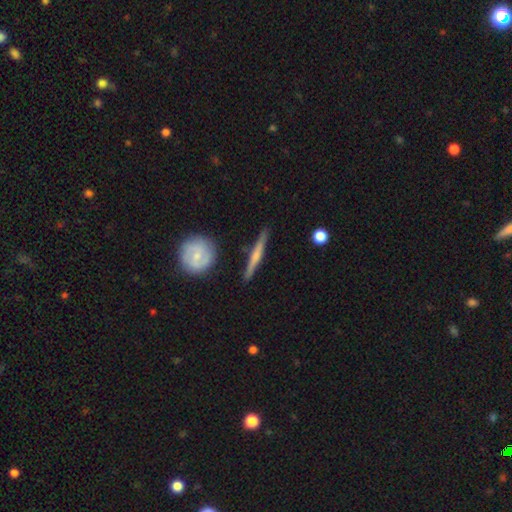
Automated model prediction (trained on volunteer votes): Smooth or featured: featured or disk — 68% (smooth — 27%)
Edge-on disk: yes — 95% (no — 5%)
Edge-on bulge: rounded — 55% (none — 31%)
Merging: none — 87% (minor disturbance — 9%)